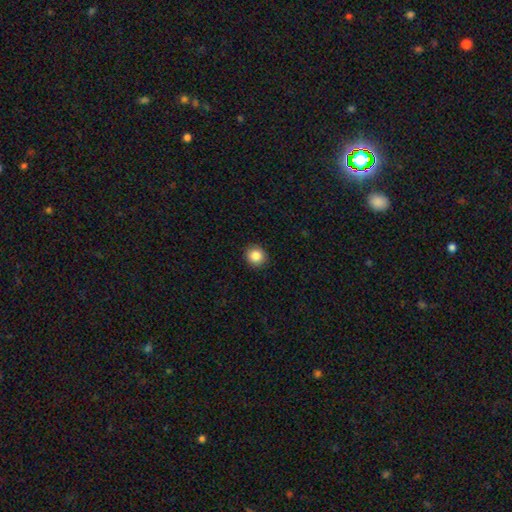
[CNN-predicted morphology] A smooth galaxy with no disk features (85%) that is round (91%).

Vote fractions:
- Smooth or featured? smooth: 85% / star or artifact: 10% / featured or disk: 5%
- How rounded? round: 91% / in between: 9% / cigar-shaped: 1%
- Merging? none: 92% / minor disturbance: 5% / major disturbance: 2% / merger: 1%